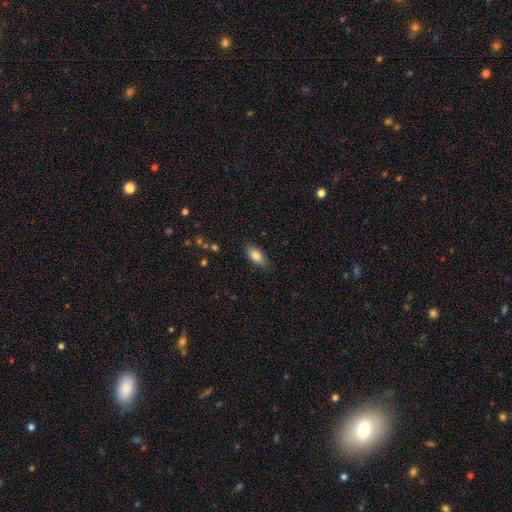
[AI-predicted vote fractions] The model was most divided on "smooth or featured": smooth: 79%, featured or disk: 14%, star or artifact: 7%. More confident: how rounded — in between (84%); merging — none (82%).